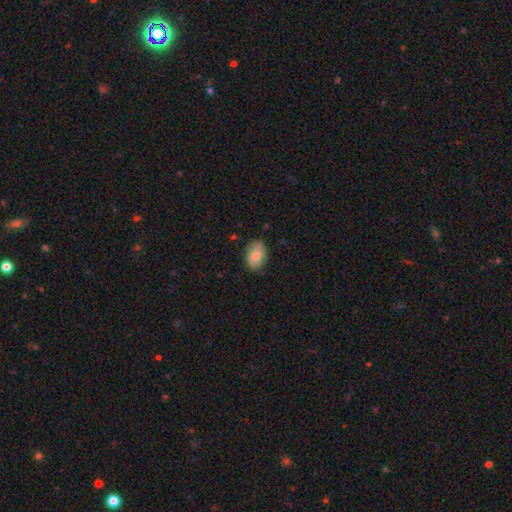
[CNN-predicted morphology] Q: Smooth or featured?
A: smooth (79%); runner-up: featured or disk (14%)
Q: How rounded?
A: in between (81%); runner-up: round (18%)
Q: Merging?
A: none (78%); runner-up: minor disturbance (18%)